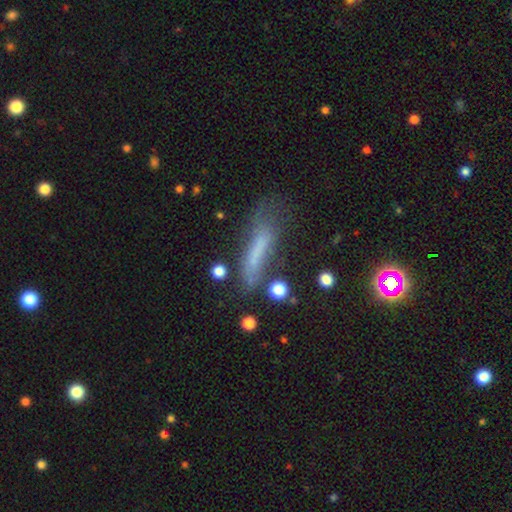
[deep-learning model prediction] This appears to be a smooth galaxy with no disk features (54%) that is cigar-shaped (76%). Merging: none (44%).